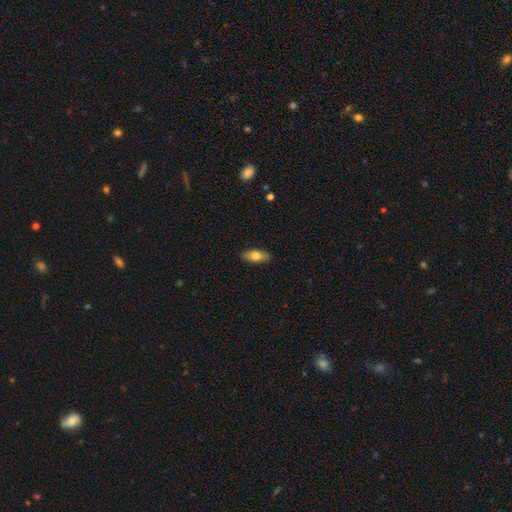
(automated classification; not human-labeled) smooth_or_featured: smooth (p=0.72) [alt: featured or disk p=0.21]
how_rounded: in between (p=0.79) [alt: cigar-shaped p=0.18]
merging: none (p=0.88) [alt: minor disturbance p=0.09]